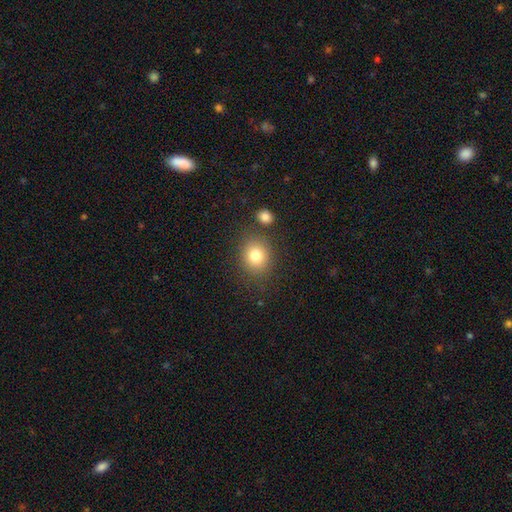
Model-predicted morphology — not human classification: Smooth or featured? smooth (81%)
How rounded? round (73%)
Merging? none (79%)